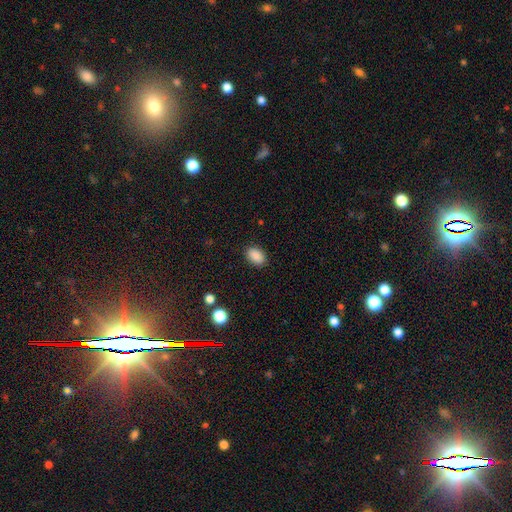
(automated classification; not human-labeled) This is clearly a smooth galaxy (88%). How rounded: clearly in between (87%). Merging: clearly none (88%).